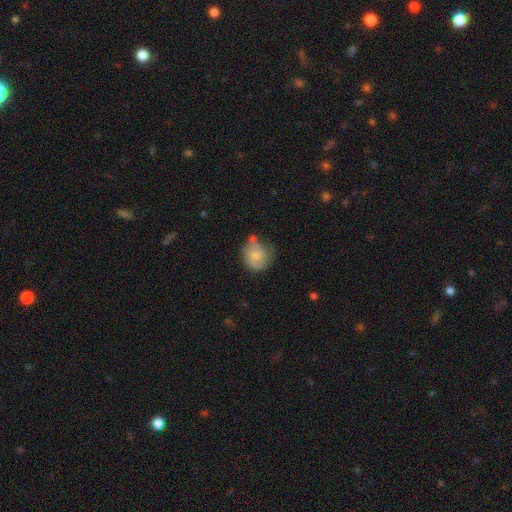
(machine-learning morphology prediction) Smooth or featured?
  - smooth: 57% *
  - featured or disk: 35%
  - star or artifact: 8%
How rounded?
  - round: 71% *
  - in between: 28%
  - cigar-shaped: 1%
Merging?
  - none: 51% *
  - minor disturbance: 29%
  - major disturbance: 11%
  - merger: 9%